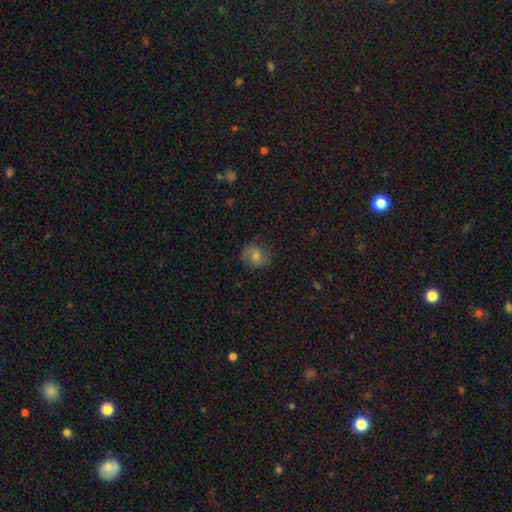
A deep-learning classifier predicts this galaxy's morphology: A smooth galaxy with no disk features (51%) that is round (69%). Merging: none (78%).